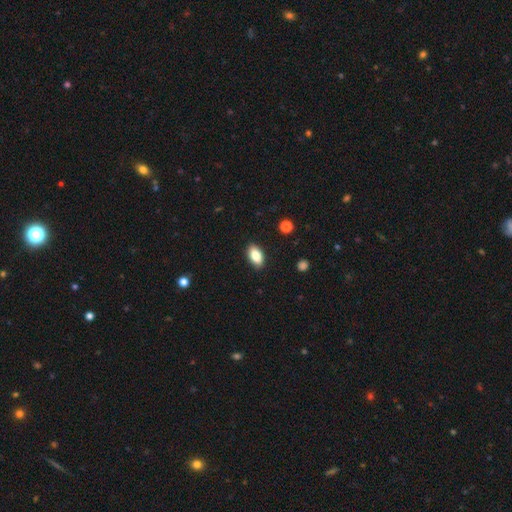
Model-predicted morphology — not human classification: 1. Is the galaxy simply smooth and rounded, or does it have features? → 83% smooth, 10% featured or disk, 8% star or artifact.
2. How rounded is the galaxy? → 90% in between, 6% round, 4% cigar-shaped.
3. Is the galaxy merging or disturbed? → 88% none, 9% minor disturbance, 2% major disturbance, 1% merger.